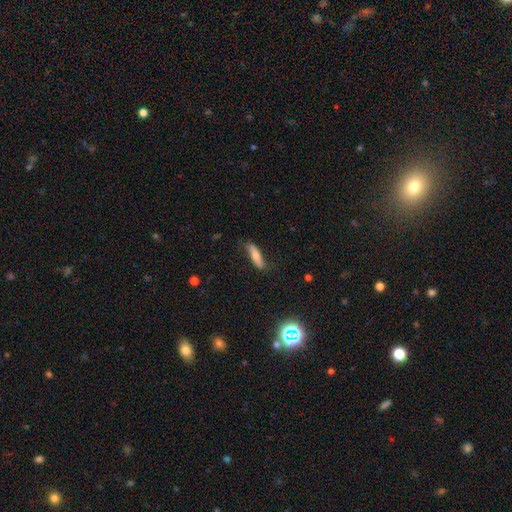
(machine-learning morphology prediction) Smooth or featured: smooth — 66% (featured or disk — 26%)
How rounded: cigar-shaped — 65% (in between — 33%)
Merging: none — 72% (minor disturbance — 21%)